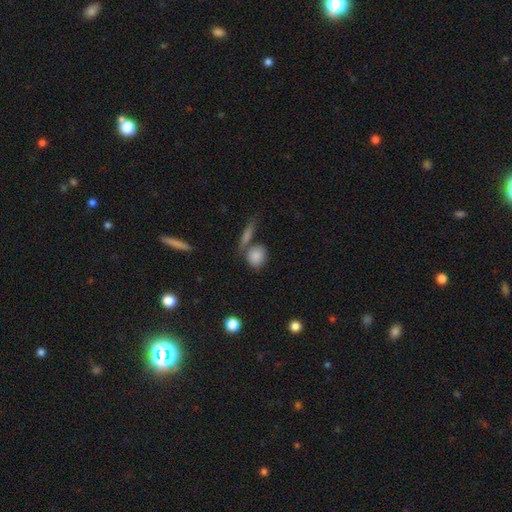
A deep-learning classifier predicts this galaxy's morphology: Q: Smooth or featured?
A: smooth (85%); runner-up: featured or disk (8%)
Q: How rounded?
A: round (63%); runner-up: in between (33%)
Q: Merging?
A: none (59%); runner-up: merger (24%)